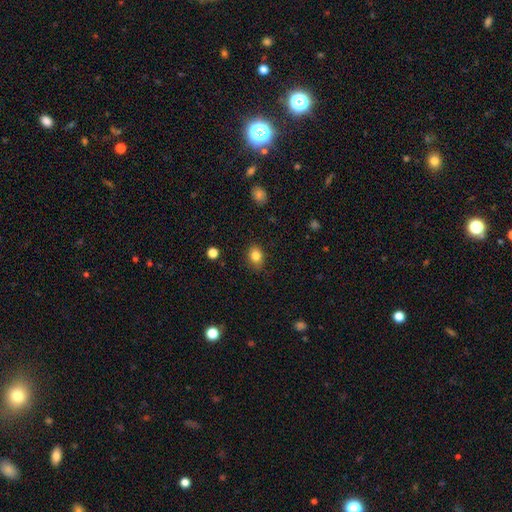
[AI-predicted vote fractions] Smooth or featured: smooth — 83% (star or artifact — 10%)
How rounded: in between — 63% (round — 35%)
Merging: none — 82% (minor disturbance — 14%)